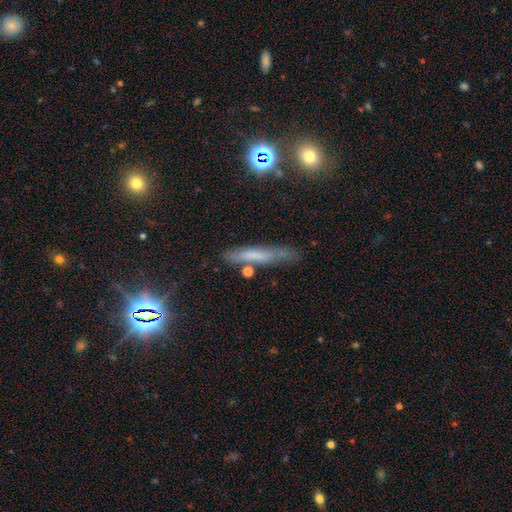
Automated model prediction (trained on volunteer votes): This is possibly a smooth galaxy (52%). How rounded: clearly cigar-shaped (88%). Merging: likely none (69%).